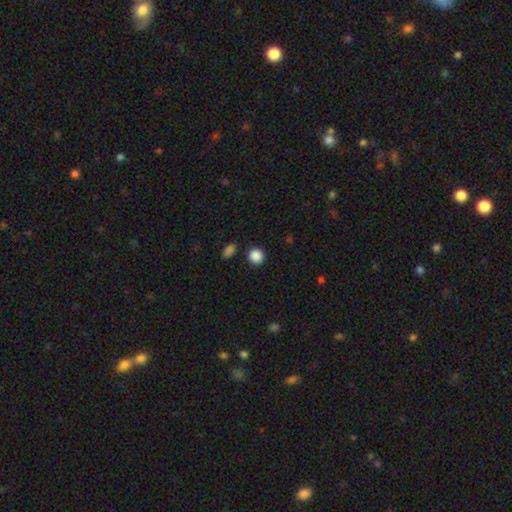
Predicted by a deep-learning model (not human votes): The model was most divided on "how rounded": round: 87%, in between: 12%, cigar-shaped: 1%. More confident: smooth or featured — smooth (88%); merging — none (88%).